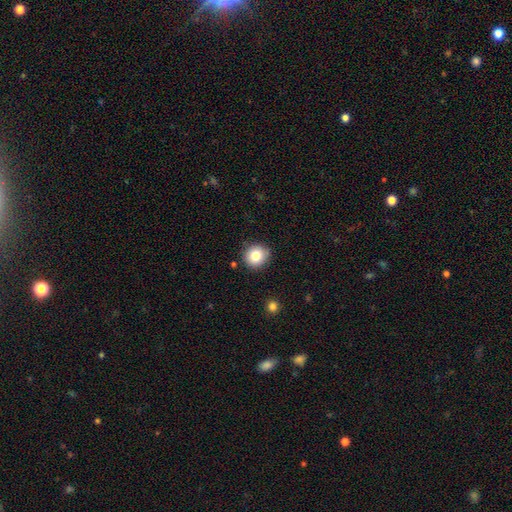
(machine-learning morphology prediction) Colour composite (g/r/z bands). It shows a smooth galaxy with no disk features (81%) that is round (88%). Merging: none (87%).